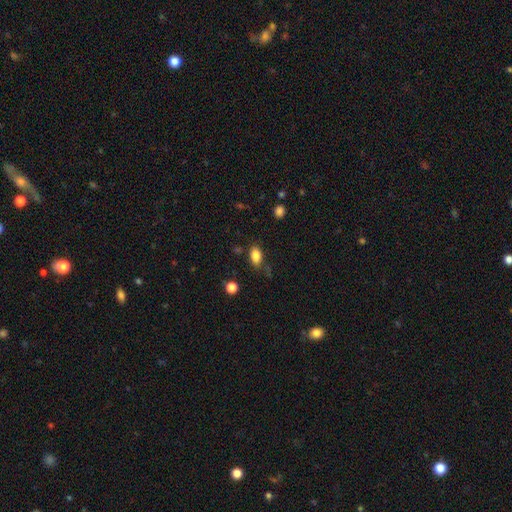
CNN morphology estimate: A smooth galaxy with no disk features (85%) that is in between round and cigar-shaped (88%). Merging: none (77%).